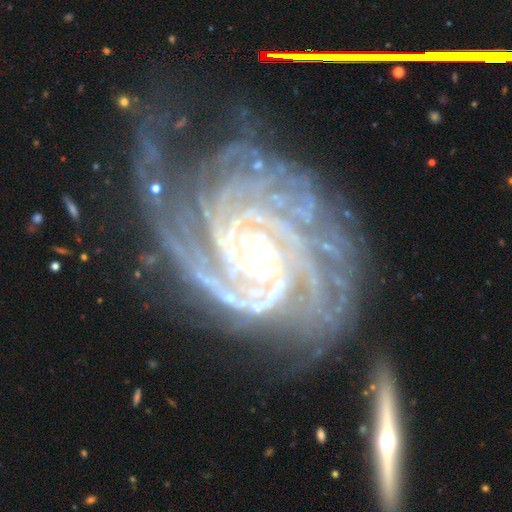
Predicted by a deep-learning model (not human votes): Smooth or featured? featured or disk (92%)
Edge-on disk? no (97%)
Bar? no (67%)
Spiral arms? yes (99%)
Spiral winding? tight (77%)
Spiral arm count? 4 (23%)
Bulge size? small (64%)
Merging? none (48%)